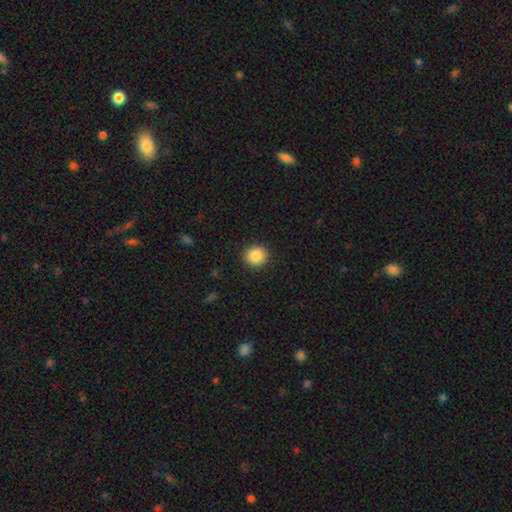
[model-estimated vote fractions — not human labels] Smooth or featured? Predicted: smooth (p=0.87). How rounded? Predicted: round (p=0.91). Merging? Predicted: none (p=0.91).